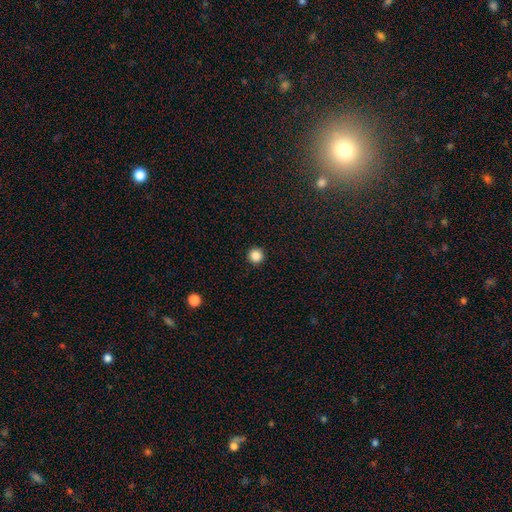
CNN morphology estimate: type=smooth (86%); roundness=round (97%); merging=none (94%).